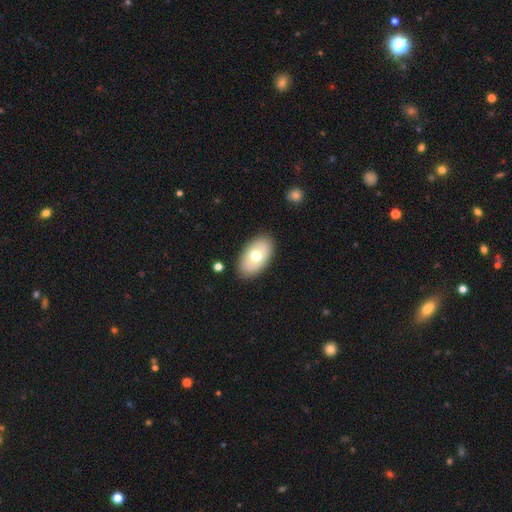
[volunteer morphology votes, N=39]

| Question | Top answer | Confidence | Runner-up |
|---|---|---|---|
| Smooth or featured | smooth | 62% | featured or disk (28%) |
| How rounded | in between | 92% | round (8%) |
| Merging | none | 80% | minor disturbance (20%) |